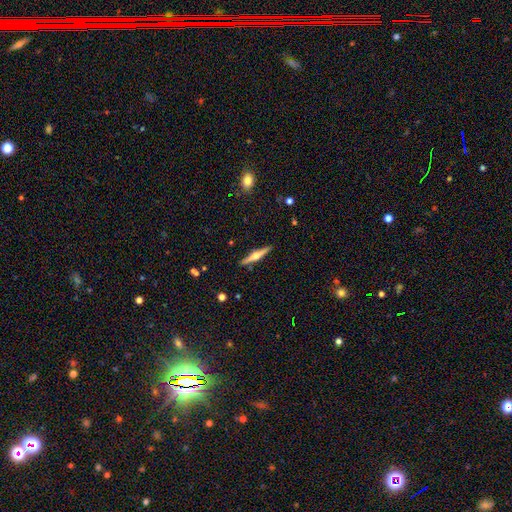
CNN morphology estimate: Smooth or featured? featured or disk (69%)
Edge-on disk? yes (98%)
Edge-on bulge? rounded (90%)
Merging? none (91%)